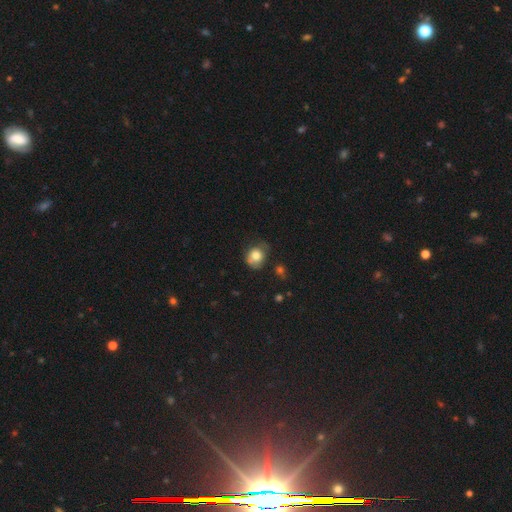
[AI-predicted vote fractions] smooth 77%, featured or disk 13%, star or artifact 9%. Down the decision tree: how rounded — round (69%); merging — none (50%).